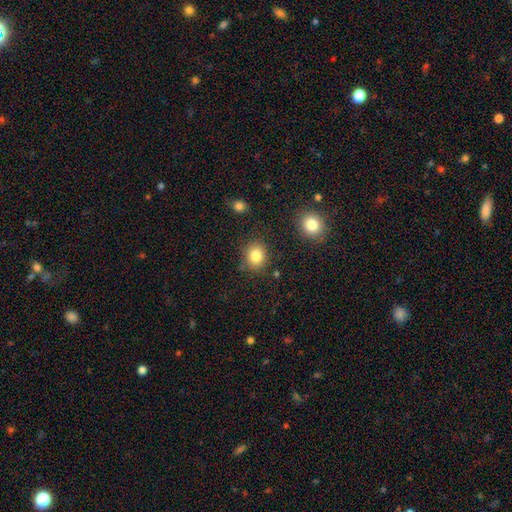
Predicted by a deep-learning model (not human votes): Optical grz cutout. It shows a smooth galaxy with no disk features (83%) that is round (71%). Merging: none (83%).